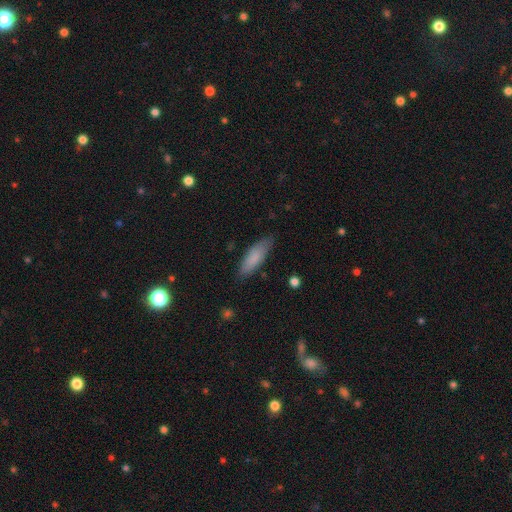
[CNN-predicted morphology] Q: Smooth or featured?
A: smooth (83%); runner-up: featured or disk (11%)
Q: How rounded?
A: in between (56%); runner-up: cigar-shaped (42%)
Q: Merging?
A: none (79%); runner-up: minor disturbance (17%)